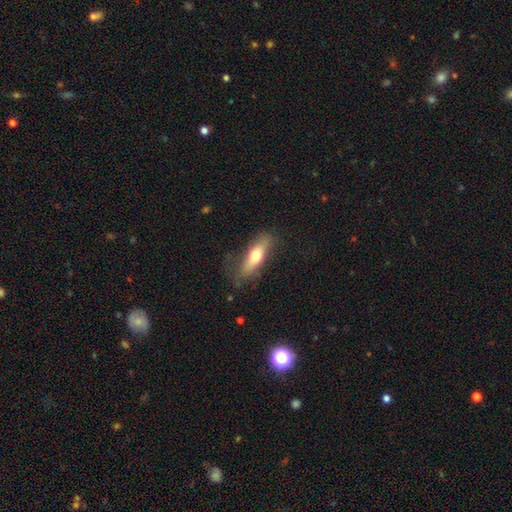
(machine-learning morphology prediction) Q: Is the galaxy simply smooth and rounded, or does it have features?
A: smooth — 57%.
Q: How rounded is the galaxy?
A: cigar-shaped — 55%.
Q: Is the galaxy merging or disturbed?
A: none — 73%.